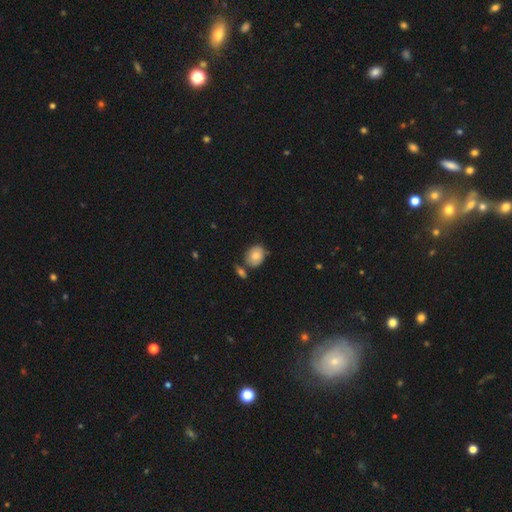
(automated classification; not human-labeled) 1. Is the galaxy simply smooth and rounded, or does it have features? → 77% smooth, 14% featured or disk, 8% star or artifact.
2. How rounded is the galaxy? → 51% in between, 48% round, 1% cigar-shaped.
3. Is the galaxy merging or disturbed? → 67% none, 15% minor disturbance, 14% merger, 4% major disturbance.